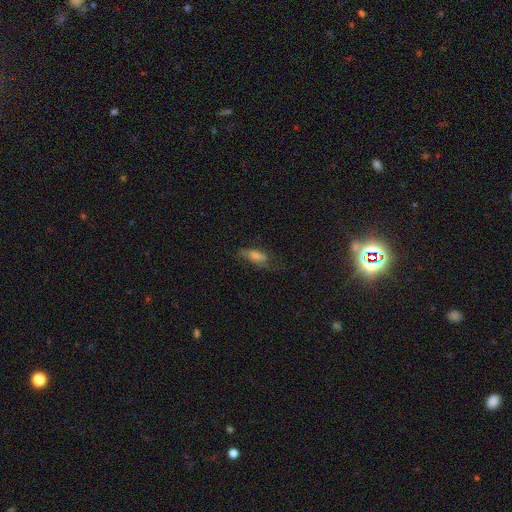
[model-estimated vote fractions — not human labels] A smooth galaxy with no disk features (55%) that is in between round and cigar-shaped (64%).

Vote fractions:
- Smooth or featured? smooth: 55% / featured or disk: 31% / star or artifact: 14%
- How rounded? in between: 64% / cigar-shaped: 33% / round: 3%
- Merging? none: 52% / minor disturbance: 26% / major disturbance: 20% / merger: 2%